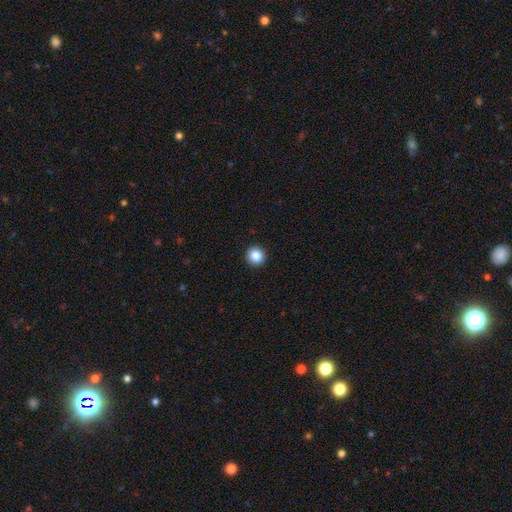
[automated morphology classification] Smooth or featured: smooth — 87% (star or artifact — 10%)
How rounded: round — 93% (in between — 6%)
Merging: none — 93% (minor disturbance — 4%)